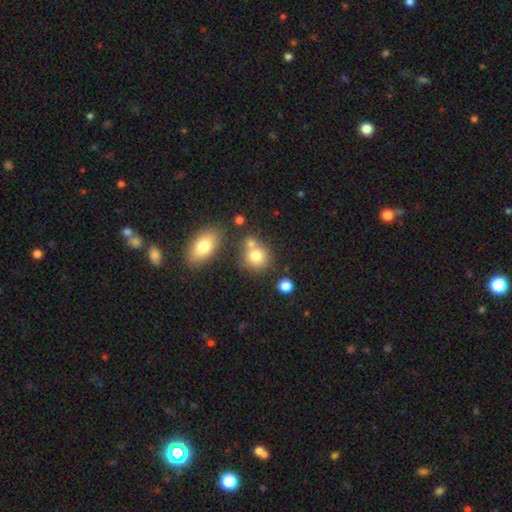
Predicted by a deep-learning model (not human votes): smooth-or-featured: smooth: 78% | featured or disk: 11% | star or artifact: 11%
  how-rounded: round: 76% | in between: 23% | cigar-shaped: 1%
  merging: none: 52% | merger: 32% | minor disturbance: 12% | major disturbance: 5%